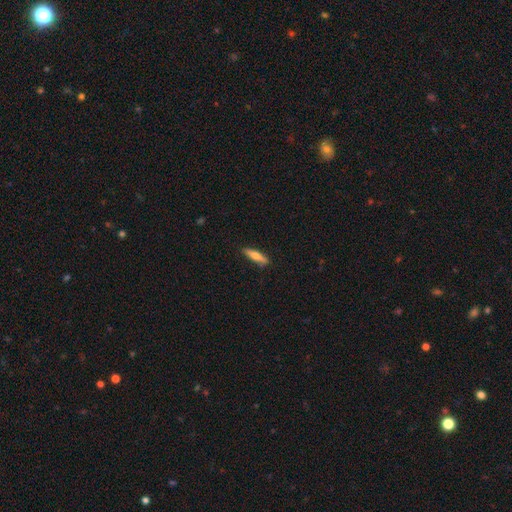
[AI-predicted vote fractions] smooth-or-featured: smooth: 68% | featured or disk: 26% | star or artifact: 6%
  how-rounded: cigar-shaped: 75% | in between: 23% | round: 2%
  merging: none: 83% | minor disturbance: 14% | major disturbance: 2% | merger: 1%